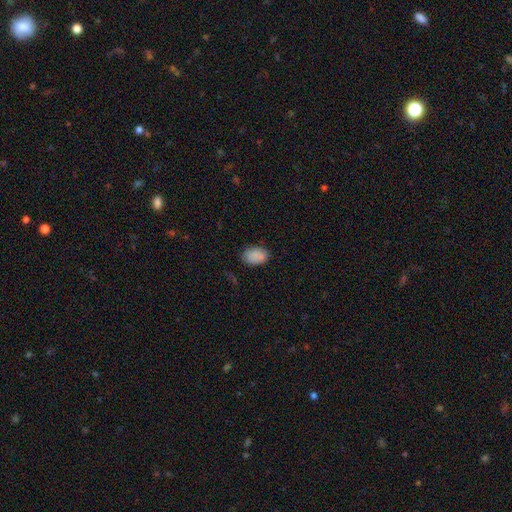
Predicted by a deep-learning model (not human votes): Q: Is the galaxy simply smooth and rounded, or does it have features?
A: smooth — 87%.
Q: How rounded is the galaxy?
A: in between — 84%.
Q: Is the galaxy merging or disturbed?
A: none — 80%.